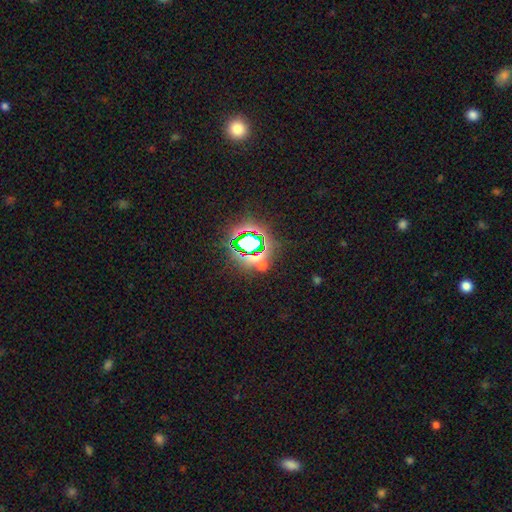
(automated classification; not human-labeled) Smooth or featured? Predicted: star or artifact (p=0.69).